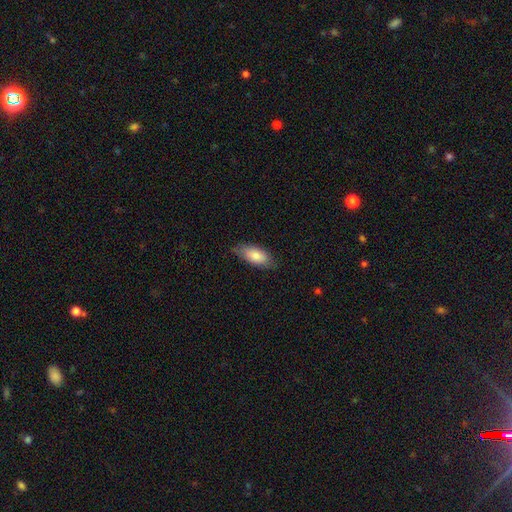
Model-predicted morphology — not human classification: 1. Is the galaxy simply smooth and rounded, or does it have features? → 82% smooth, 12% featured or disk, 6% star or artifact.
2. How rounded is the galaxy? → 85% in between, 13% cigar-shaped, 2% round.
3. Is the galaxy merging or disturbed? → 75% none, 20% minor disturbance, 3% major disturbance, 1% merger.